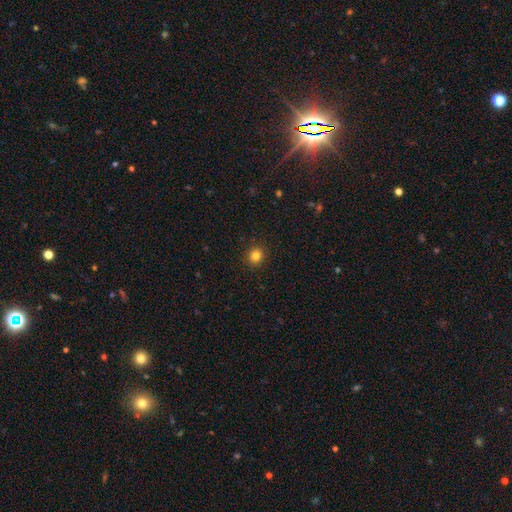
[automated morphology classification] This appears to be a smooth galaxy with no disk features (82%) that is round (86%). Merging: none (92%).